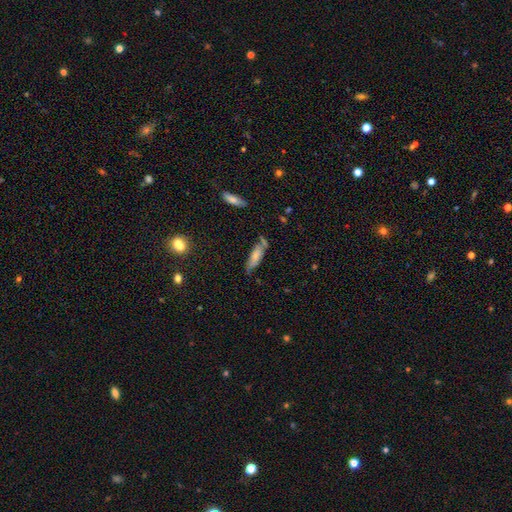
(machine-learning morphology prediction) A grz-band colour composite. It shows a smooth galaxy with no disk features (64%) that is in between round and cigar-shaped (50%). Merging: none (58%).